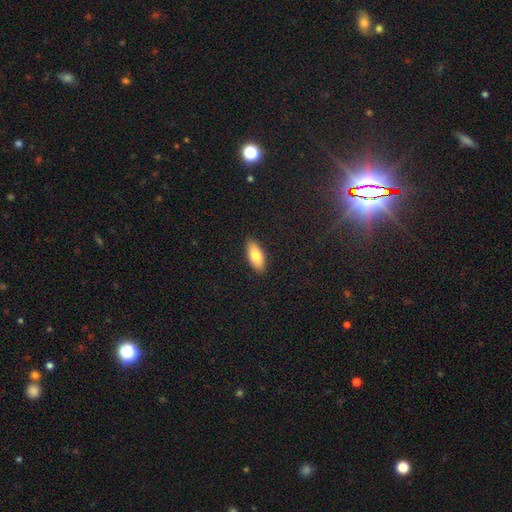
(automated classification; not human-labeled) Smooth or featured? smooth (81%)
How rounded? in between (82%)
Merging? none (90%)